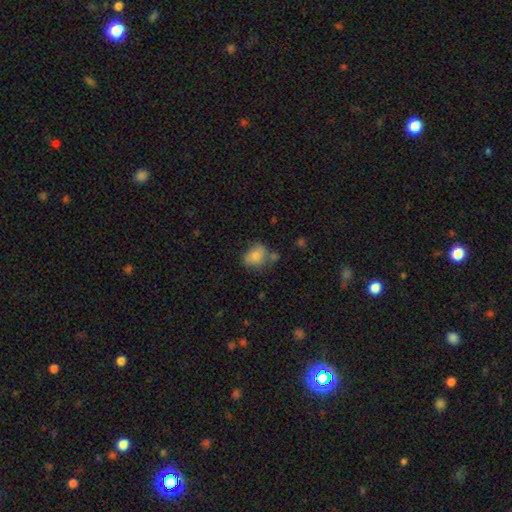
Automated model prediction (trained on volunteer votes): The model was most divided on "merging": none: 51%, minor disturbance: 25%, merger: 15%, major disturbance: 9%. More confident: smooth or featured — smooth (76%); how rounded — in between (64%).